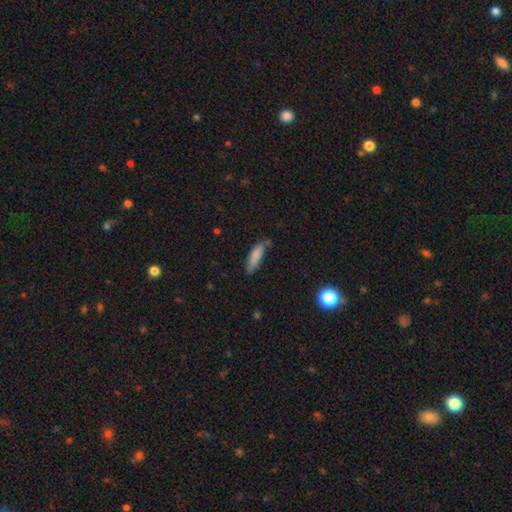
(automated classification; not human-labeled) Overall: smooth (83%). How rounded: cigar-shaped (56%; in between 42%). Merging: none (66%).